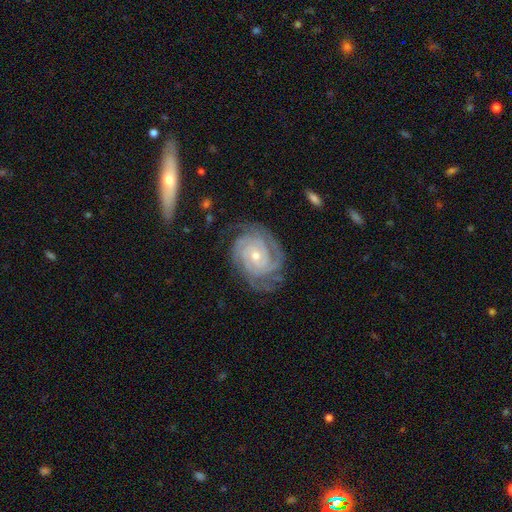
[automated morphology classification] Smooth or featured? Predicted: featured or disk (p=0.91). Edge-on disk? Predicted: no (p=0.97). Bar? Predicted: no (p=0.69). Spiral arms? Predicted: yes (p=0.98). Spiral winding? Predicted: tight (p=0.82). Spiral arm count? Predicted: 3 (p=0.29). Bulge size? Predicted: small (p=0.63). Merging? Predicted: none (p=0.77).